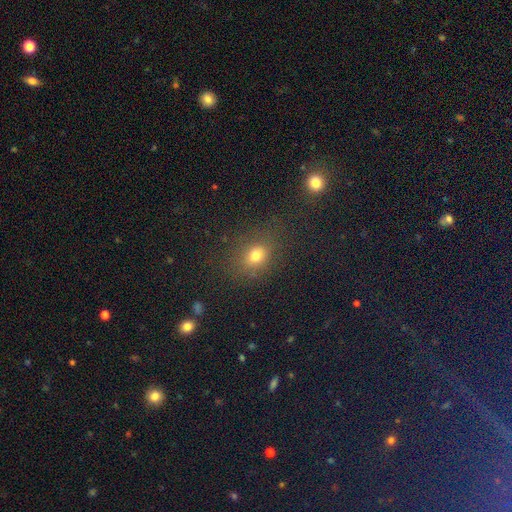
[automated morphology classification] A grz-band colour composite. It shows a smooth galaxy with no disk features (72%) that is round (57%). Merging: none (79%).